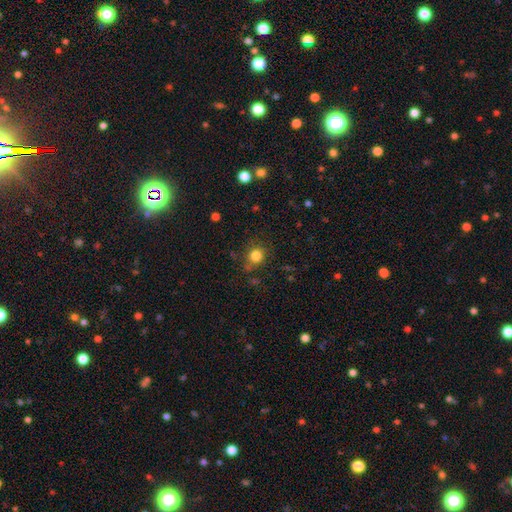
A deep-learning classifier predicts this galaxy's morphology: smooth-or-featured: smooth: 81% | star or artifact: 13% | featured or disk: 6%
  how-rounded: round: 85% | in between: 14% | cigar-shaped: 1%
  merging: none: 76% | minor disturbance: 14% | major disturbance: 5% | merger: 4%